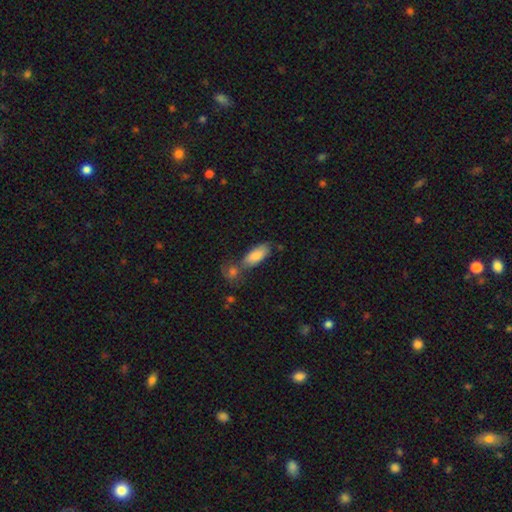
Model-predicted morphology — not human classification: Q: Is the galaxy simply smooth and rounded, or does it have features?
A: smooth — 85%.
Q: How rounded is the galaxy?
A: in between — 81%.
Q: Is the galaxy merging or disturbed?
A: none — 52%.